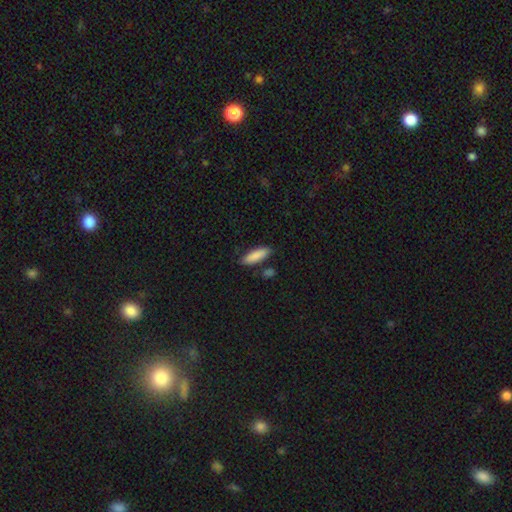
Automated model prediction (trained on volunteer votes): Overall: smooth (87%). How rounded: cigar-shaped (51%; in between 47%). Merging: none (81%).